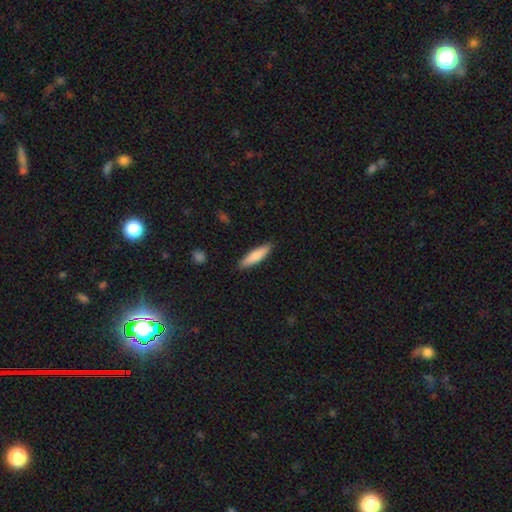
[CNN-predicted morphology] The model was most divided on "how rounded": cigar-shaped: 74%, in between: 25%, round: 1%. More confident: merging — none (89%); smooth or featured — smooth (78%).